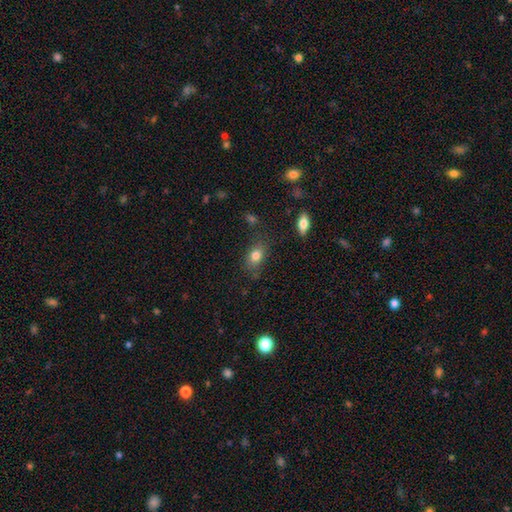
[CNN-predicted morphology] This is clearly a smooth galaxy (81%). How rounded: likely in between (76%). Merging: likely none (75%).